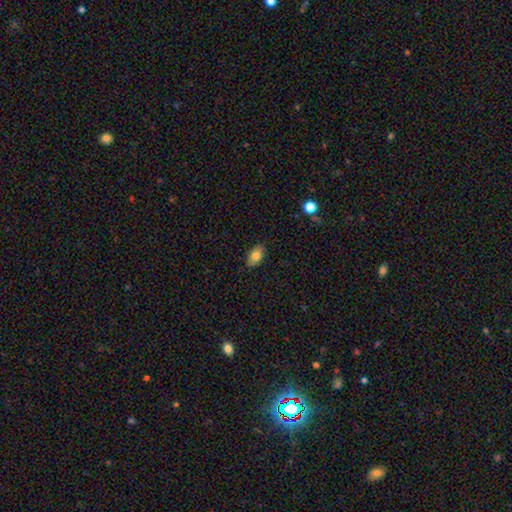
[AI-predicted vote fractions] A smooth galaxy with no disk features (78%) that is in between round and cigar-shaped (91%). Merging: none (84%).